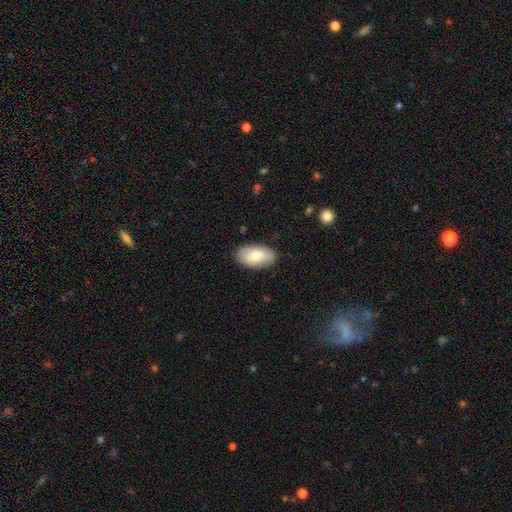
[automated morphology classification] This is likely a smooth galaxy (70%). How rounded: clearly in between (94%). Merging: clearly none (85%).